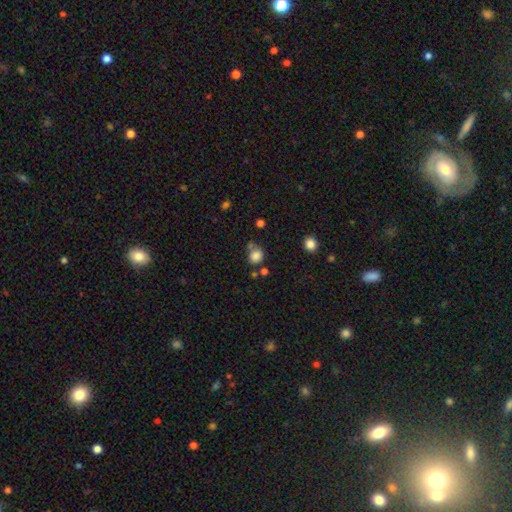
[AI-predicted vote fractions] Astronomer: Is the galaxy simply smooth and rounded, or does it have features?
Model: smooth — 83%.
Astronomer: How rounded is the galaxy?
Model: round — 73%.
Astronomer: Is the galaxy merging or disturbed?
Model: none — 61%.